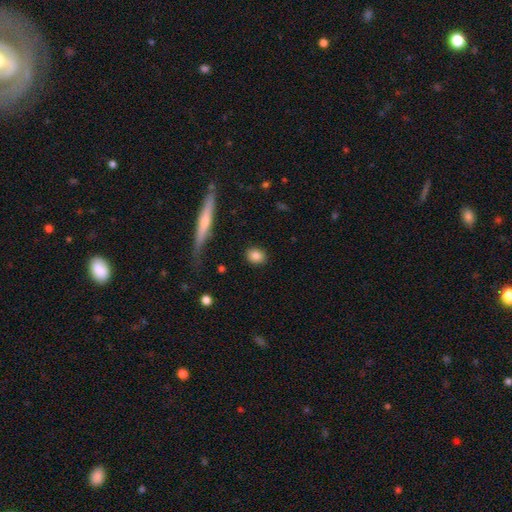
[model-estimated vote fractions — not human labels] smooth 85%, star or artifact 8%, featured or disk 7%. Down the decision tree: how rounded — round (50%); merging — none (89%).